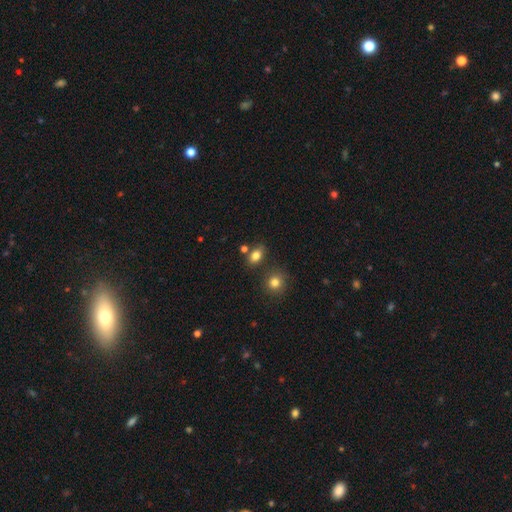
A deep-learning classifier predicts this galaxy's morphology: smooth-or-featured: smooth: 81% | star or artifact: 11% | featured or disk: 8%
  how-rounded: in between: 76% | round: 21% | cigar-shaped: 3%
  merging: none: 71% | minor disturbance: 14% | merger: 11% | major disturbance: 4%